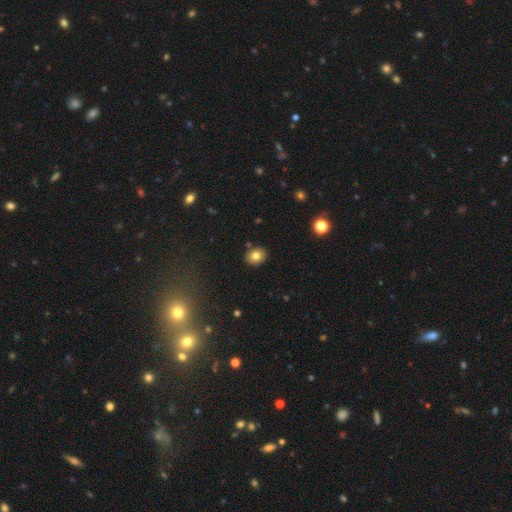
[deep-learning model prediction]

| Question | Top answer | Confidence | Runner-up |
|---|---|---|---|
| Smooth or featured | smooth | 79% | featured or disk (11%) |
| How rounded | round | 54% | in between (46%) |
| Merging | none | 85% | minor disturbance (9%) |